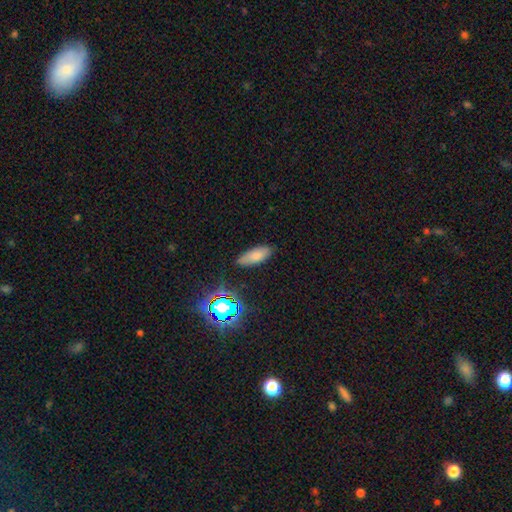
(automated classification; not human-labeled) Overall: smooth (76%). How rounded: in between (77%). Merging: none (81%).